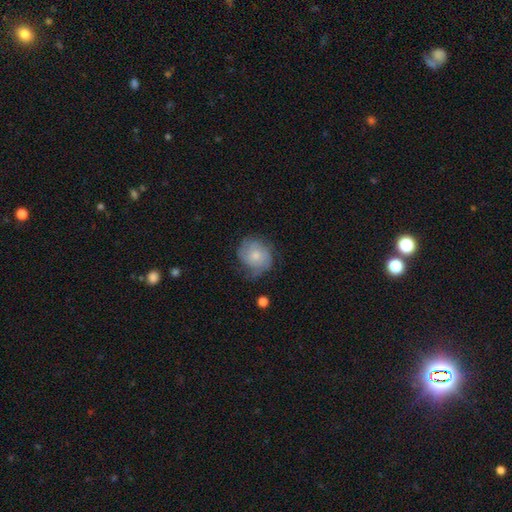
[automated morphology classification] This appears to be a featured or disk galaxy (47%). Merging: none (56%).